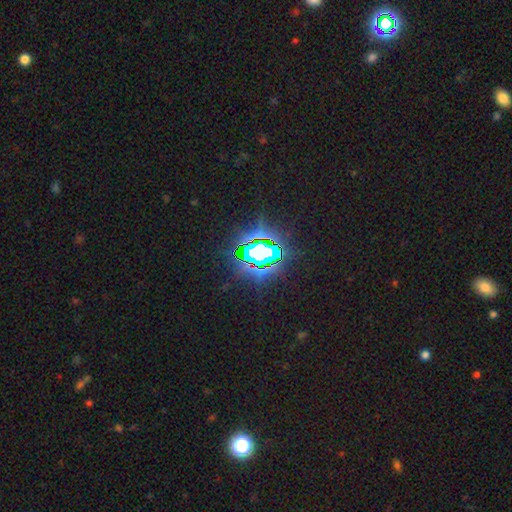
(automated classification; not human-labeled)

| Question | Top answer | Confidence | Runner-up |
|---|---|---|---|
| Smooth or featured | star or artifact | 74% | smooth (14%) |